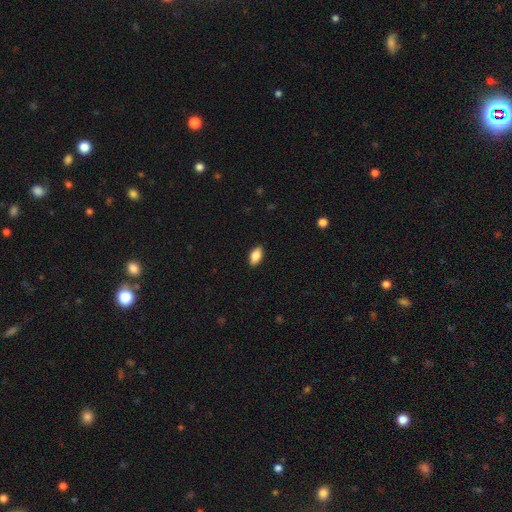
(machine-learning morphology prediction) Smooth or featured? Predicted: smooth (p=0.86). How rounded? Predicted: in between (p=0.92). Merging? Predicted: none (p=0.89).